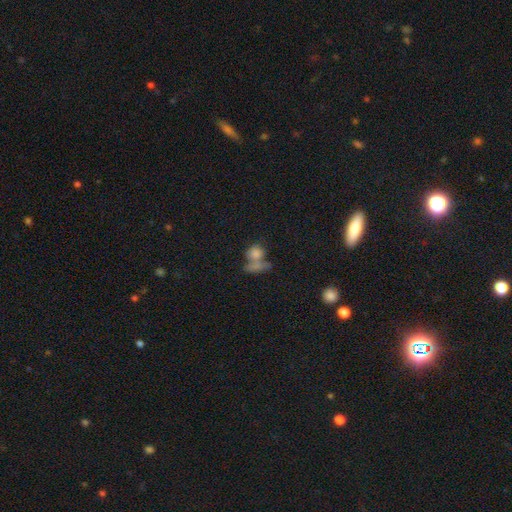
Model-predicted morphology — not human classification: A smooth galaxy with no disk features (72%) that is round (55%). Merging: merger (50%).